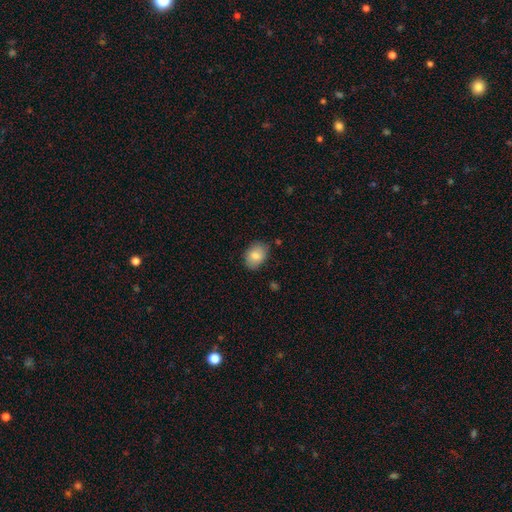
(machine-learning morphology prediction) A smooth galaxy with no disk features (83%) that is in between round and cigar-shaped (74%).

Vote fractions:
- Smooth or featured? smooth: 83% / featured or disk: 10% / star or artifact: 7%
- How rounded? in between: 74% / round: 25% / cigar-shaped: 1%
- Merging? none: 79% / minor disturbance: 16% / major disturbance: 3% / merger: 2%